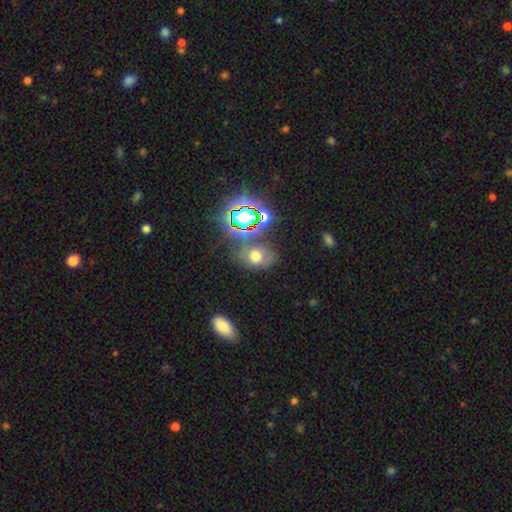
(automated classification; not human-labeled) Q: Smooth or featured?
A: smooth (52%); runner-up: star or artifact (28%)
Q: How rounded?
A: in between (67%); runner-up: round (31%)
Q: Merging?
A: none (55%); runner-up: minor disturbance (22%)